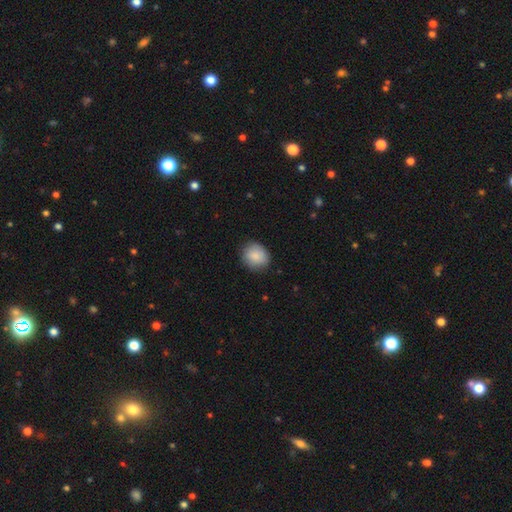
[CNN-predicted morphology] Overall: smooth (87%). How rounded: round (75%). Merging: none (83%).